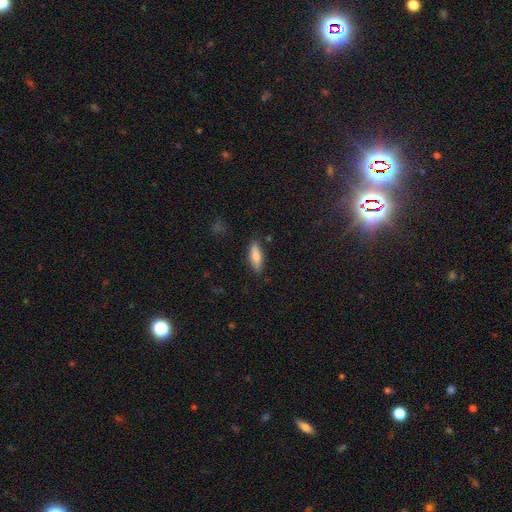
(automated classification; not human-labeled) Morphology: type=smooth (82%); roundness=in between (60%); merging=none (81%).